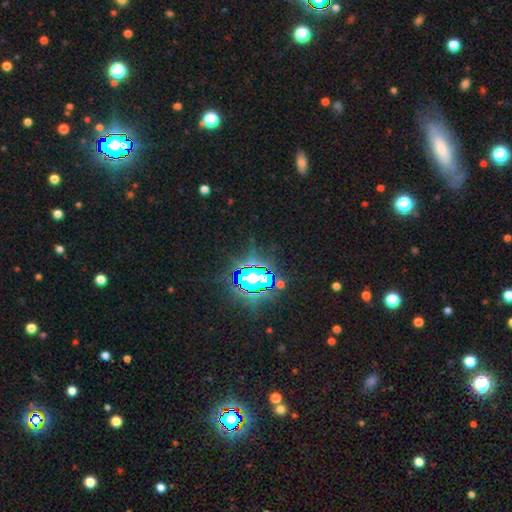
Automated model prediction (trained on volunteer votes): A star or artifact, not a galaxy (77%).